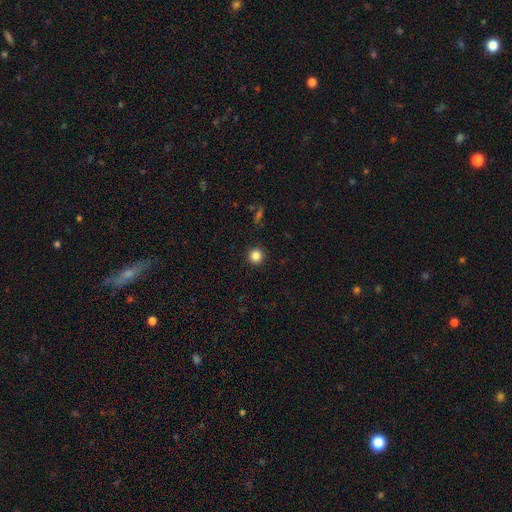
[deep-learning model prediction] Morphology: type=smooth (85%); roundness=round (95%); merging=none (93%).